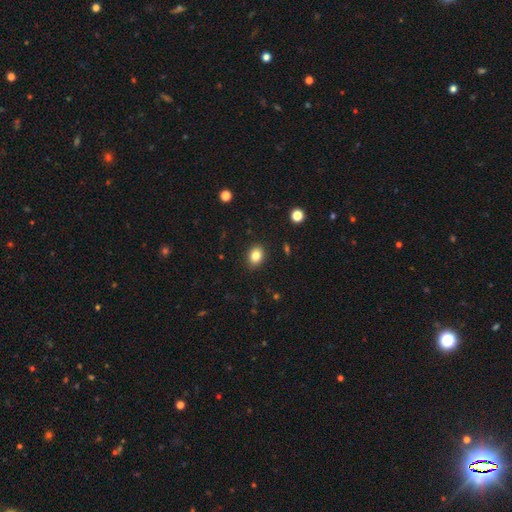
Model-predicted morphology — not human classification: Overall: smooth (83%). How rounded: in between (61%; round 38%). Merging: none (89%).